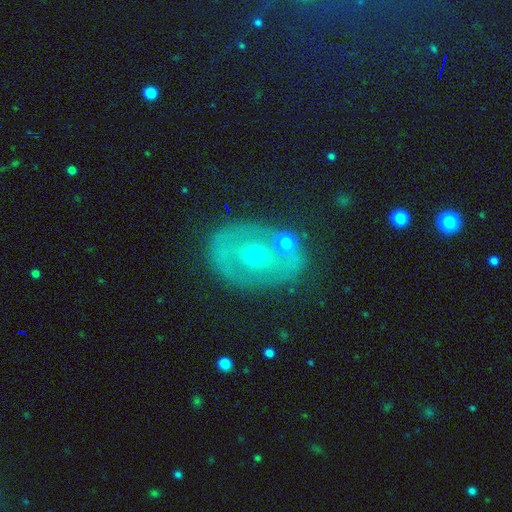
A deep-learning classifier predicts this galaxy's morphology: Smooth or featured? Predicted: featured or disk (p=0.63). Edge-on disk? Predicted: no (p=0.95). Bar? Predicted: no (p=0.61). Spiral arms? Predicted: no (p=0.57). Bulge size? Predicted: small (p=0.58). Merging? Predicted: none (p=0.68).